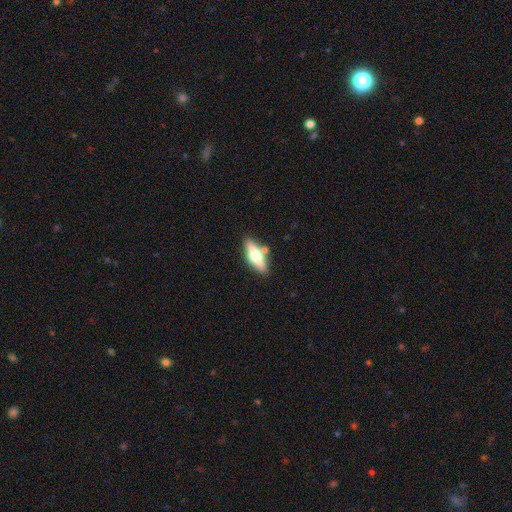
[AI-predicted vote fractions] Smooth or featured? Predicted: featured or disk (p=0.47). Merging? Predicted: none (p=0.78).